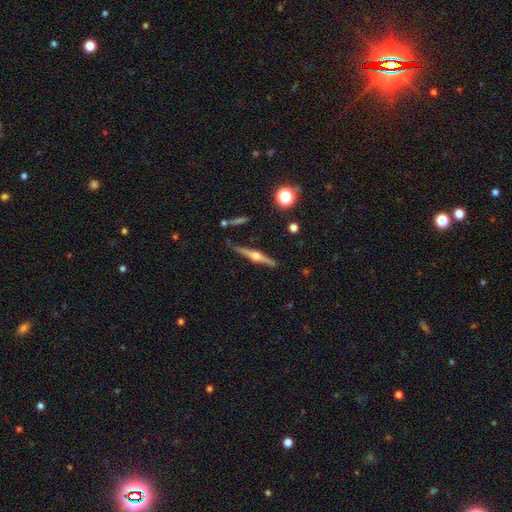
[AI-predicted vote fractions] A featured or disk galaxy (80%) viewed edge-on (98%) with a rounded central bulge (93%). Merging: none (88%).